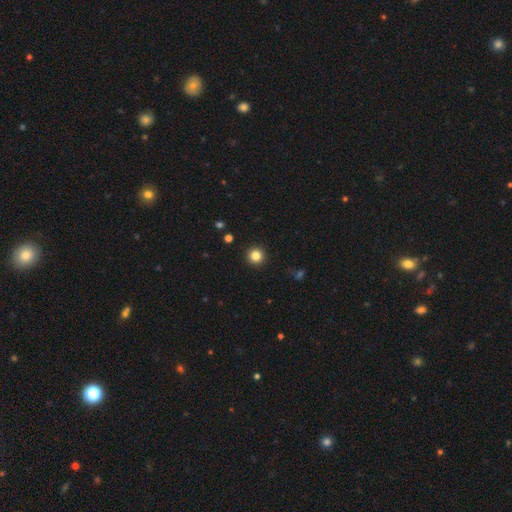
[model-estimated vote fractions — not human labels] Smooth or featured: smooth — 84% (star or artifact — 12%)
How rounded: round — 96% (in between — 3%)
Merging: none — 93% (minor disturbance — 4%)